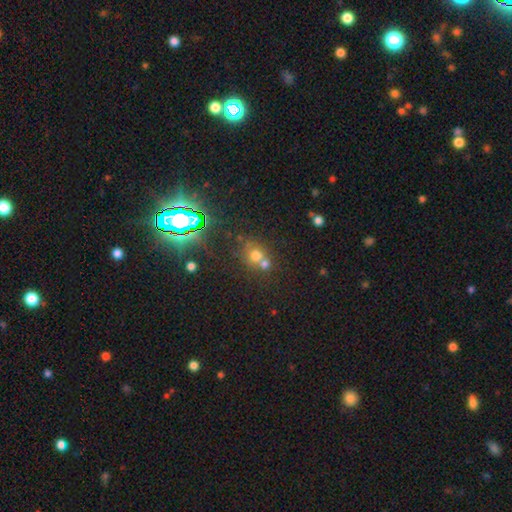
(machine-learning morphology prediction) Smooth or featured? Predicted: smooth (p=0.62). How rounded? Predicted: round (p=0.77). Merging? Predicted: merger (p=0.47).